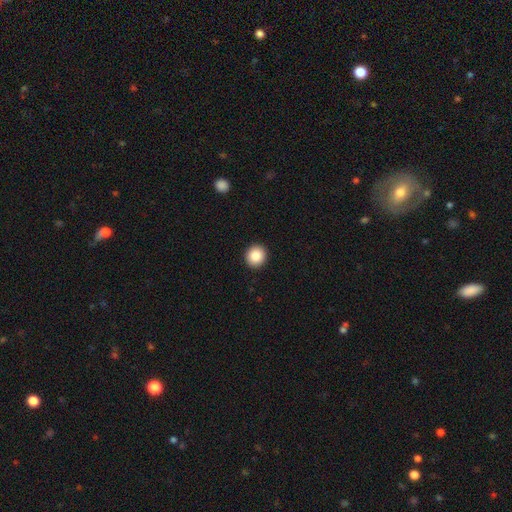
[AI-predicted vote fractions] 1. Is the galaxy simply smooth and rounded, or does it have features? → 87% smooth, 8% star or artifact, 4% featured or disk.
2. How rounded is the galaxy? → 91% round, 8% in between, 1% cigar-shaped.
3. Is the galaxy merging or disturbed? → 93% none, 4% minor disturbance, 2% major disturbance, 1% merger.